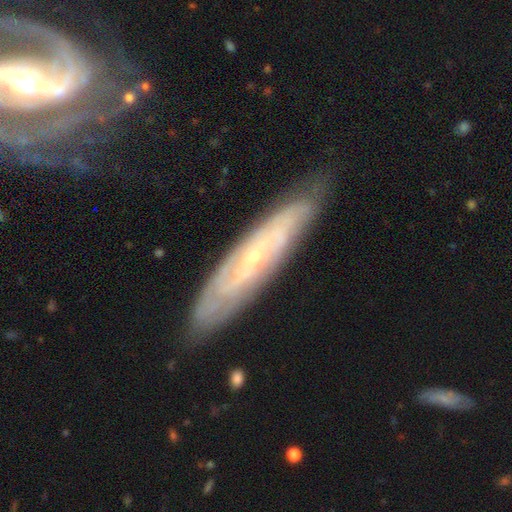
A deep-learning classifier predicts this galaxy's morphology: Smooth or featured? Predicted: featured or disk (p=0.78). Edge-on disk? Predicted: no (p=0.69). Bar? Predicted: no (p=0.60). Spiral arms? Predicted: yes (p=0.88). Bulge size? Predicted: small (p=0.82). Merging? Predicted: none (p=0.80).